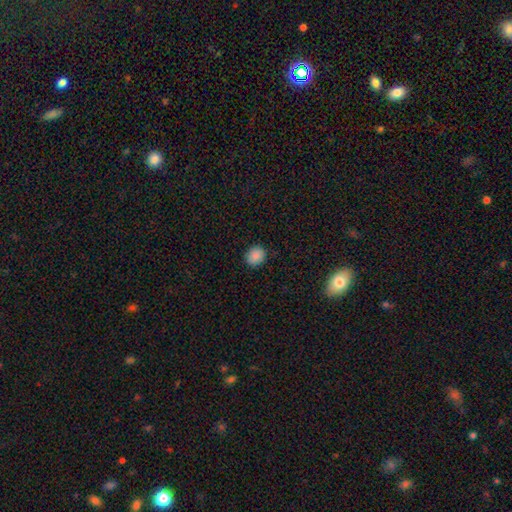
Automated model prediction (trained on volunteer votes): smooth 86%, star or artifact 10%, featured or disk 4%. Down the decision tree: how rounded — round (67%); merging — none (89%).